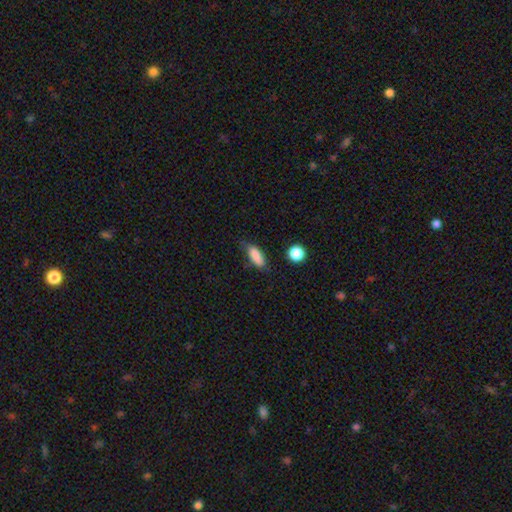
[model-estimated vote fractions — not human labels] smooth 84%, star or artifact 8%, featured or disk 8%. Down the decision tree: how rounded — in between (72%); merging — none (65%).